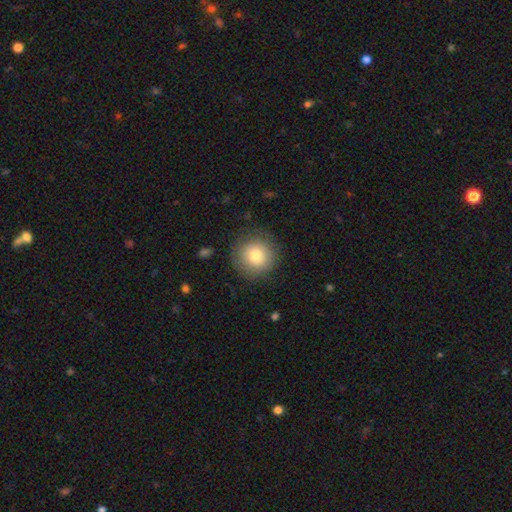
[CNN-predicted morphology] smooth_or_featured: smooth (p=0.82) [alt: featured or disk p=0.10]
how_rounded: round (p=0.93) [alt: in between p=0.06]
merging: none (p=0.85) [alt: minor disturbance p=0.10]